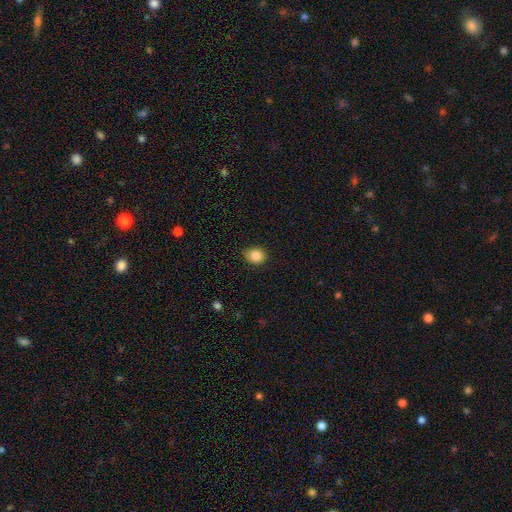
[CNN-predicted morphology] Smooth or featured: smooth — 86% (star or artifact — 9%)
How rounded: round — 68% (in between — 32%)
Merging: none — 84% (minor disturbance — 13%)